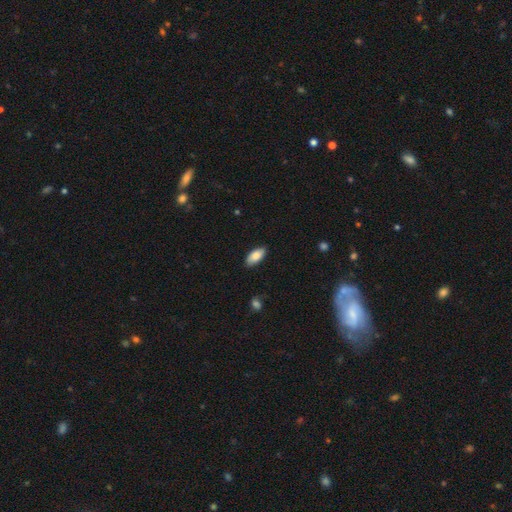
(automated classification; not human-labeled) This appears to be a smooth galaxy with no disk features (84%) that is in between round and cigar-shaped (91%). Merging: none (86%).